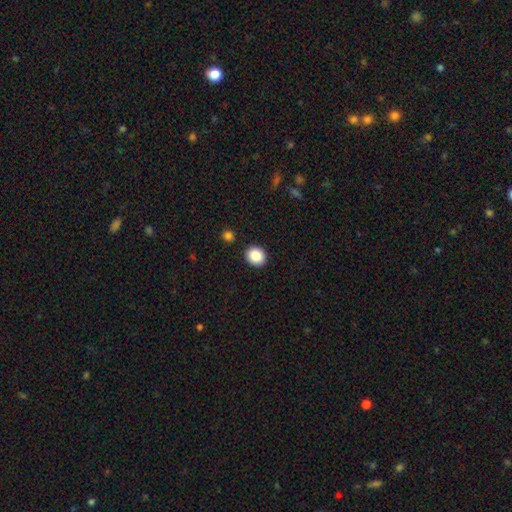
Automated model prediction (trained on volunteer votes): Q: Smooth or featured?
A: smooth (88%); runner-up: star or artifact (9%)
Q: How rounded?
A: round (76%); runner-up: in between (23%)
Q: Merging?
A: none (90%); runner-up: minor disturbance (6%)